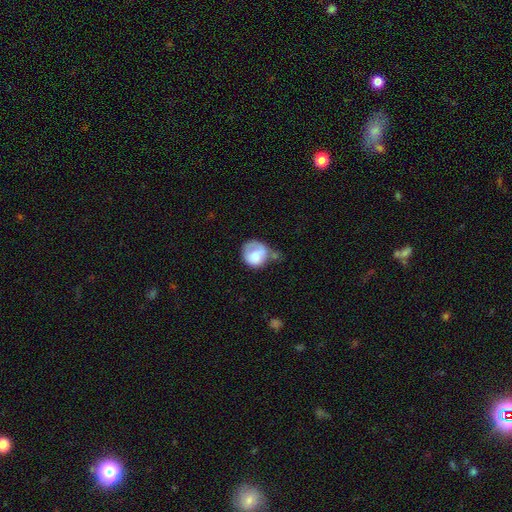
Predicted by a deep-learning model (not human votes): Morphology: type=smooth (69%); roundness=round (73%); merging=minor disturbance (32%).